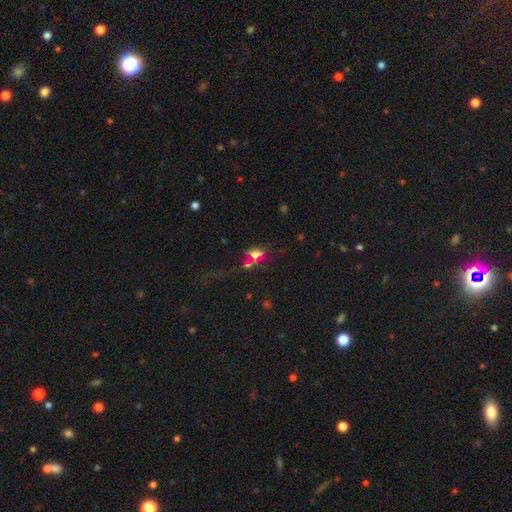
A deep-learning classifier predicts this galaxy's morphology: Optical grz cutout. It shows a smooth galaxy with no disk features (62%) that is in between round and cigar-shaped (65%). Merging: none (38%).